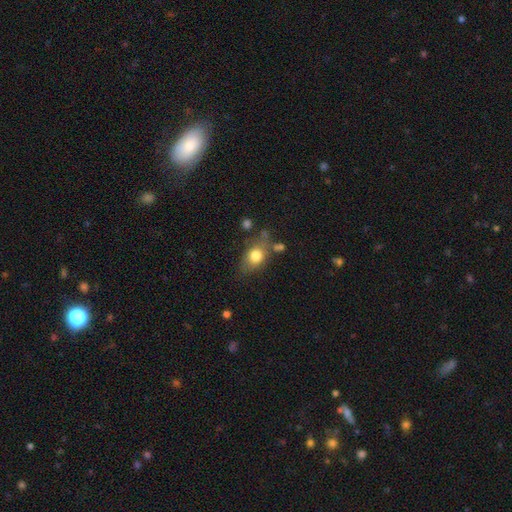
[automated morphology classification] This is likely a smooth galaxy (77%). How rounded: likely in between (68%). Merging: likely none (61%).